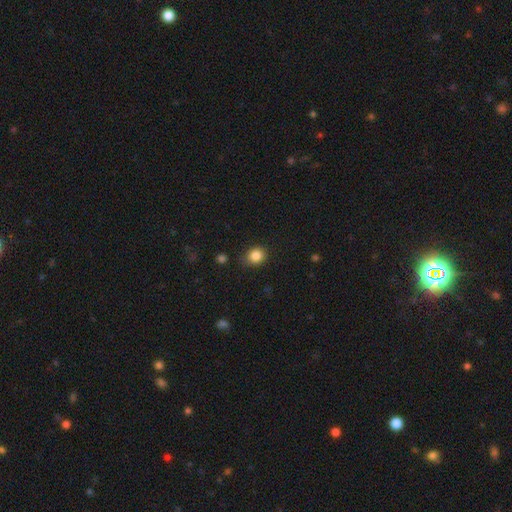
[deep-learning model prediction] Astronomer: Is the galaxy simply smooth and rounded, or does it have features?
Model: smooth — 85%.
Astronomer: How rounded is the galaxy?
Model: round — 69%.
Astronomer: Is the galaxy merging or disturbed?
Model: none — 79%.